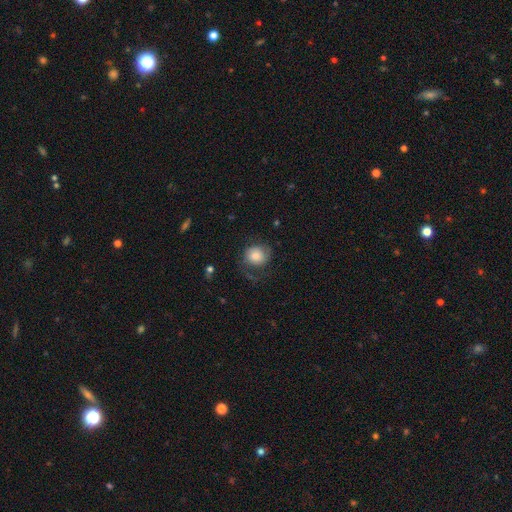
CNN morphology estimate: Smooth or featured?
  - smooth: 60% *
  - featured or disk: 32%
  - star or artifact: 9%
How rounded?
  - round: 77% *
  - in between: 22%
  - cigar-shaped: 1%
Merging?
  - none: 55% *
  - minor disturbance: 22%
  - major disturbance: 22%
  - merger: 2%